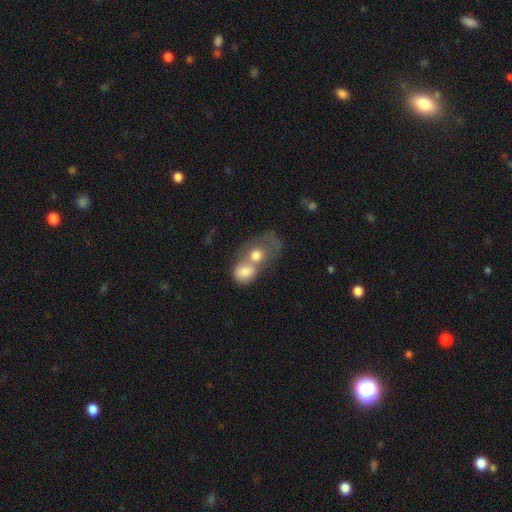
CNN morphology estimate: Smooth or featured: smooth — 49% (featured or disk — 38%)
Merging: merger — 75% (none — 14%)